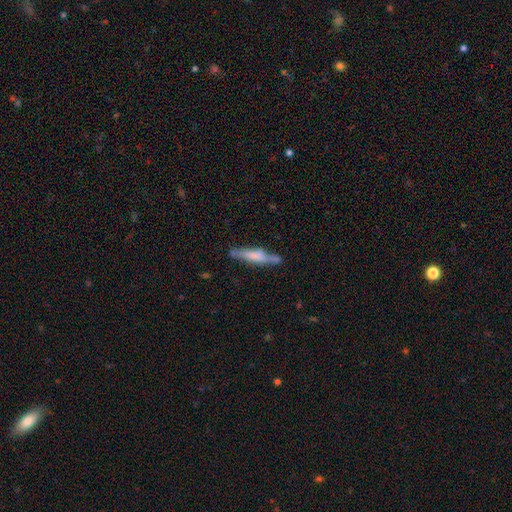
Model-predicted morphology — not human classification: smooth_or_featured: smooth (p=0.48) [alt: featured or disk p=0.45]
merging: none (p=0.72) [alt: minor disturbance p=0.18]